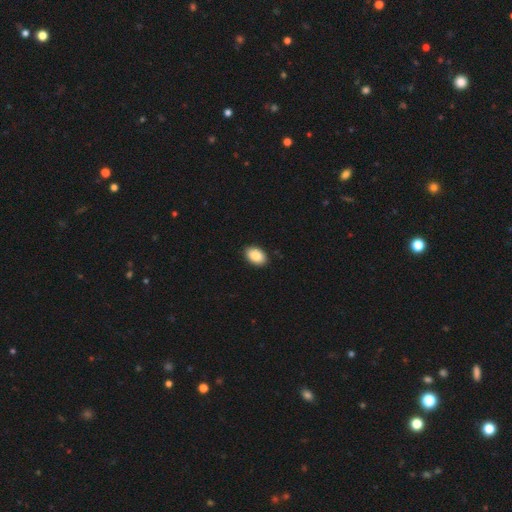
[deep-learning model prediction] Overall: smooth (88%). How rounded: in between (89%). Merging: none (91%).